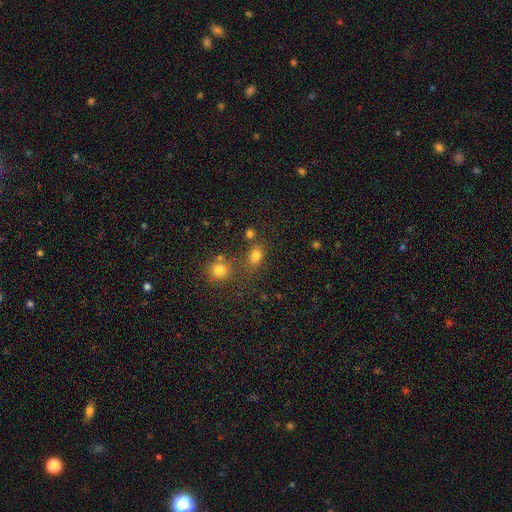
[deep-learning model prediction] smooth-or-featured: smooth: 77% | star or artifact: 16% | featured or disk: 7%
  how-rounded: in between: 65% | round: 32% | cigar-shaped: 2%
  merging: none: 64% | merger: 16% | minor disturbance: 14% | major disturbance: 6%